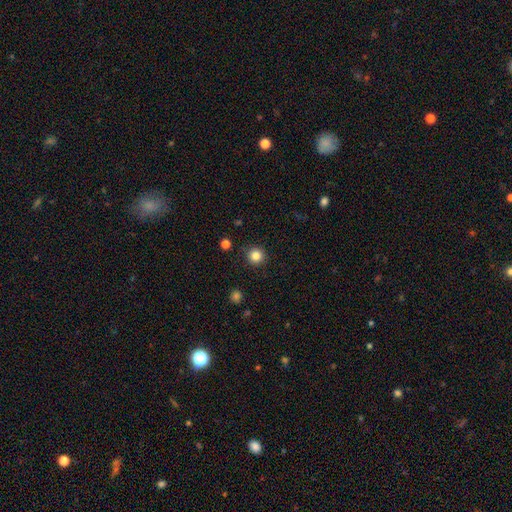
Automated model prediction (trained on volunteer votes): A smooth galaxy with no disk features (84%) that is round (95%). Merging: none (91%).